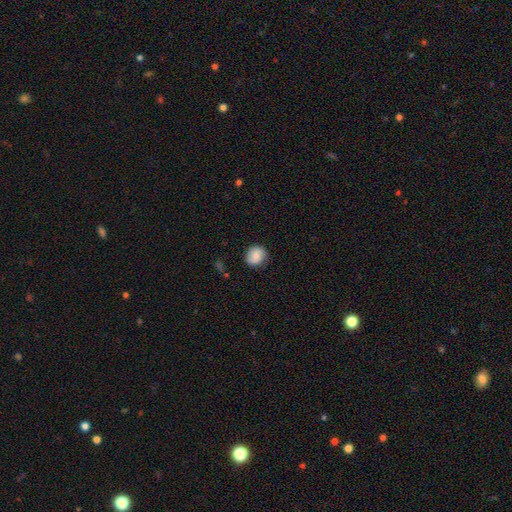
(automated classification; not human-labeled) smooth 76%, featured or disk 16%, star or artifact 8%. Down the decision tree: how rounded — round (82%); merging — none (77%).